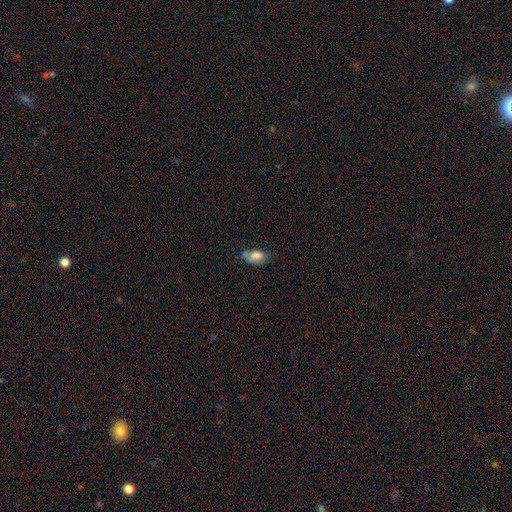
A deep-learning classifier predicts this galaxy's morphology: Smooth or featured? smooth (74%)
How rounded? in between (90%)
Merging? none (45%)